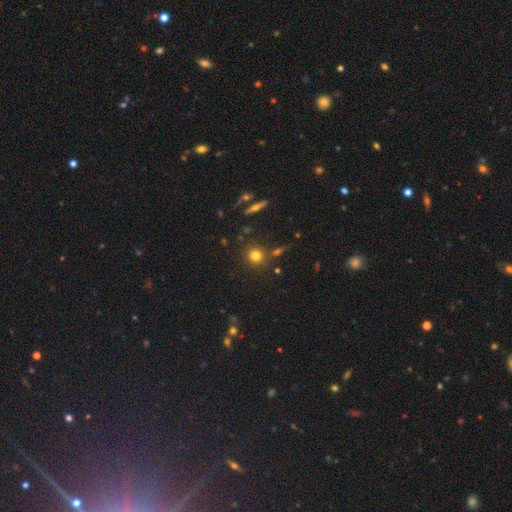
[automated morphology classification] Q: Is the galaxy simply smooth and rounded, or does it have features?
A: smooth — 76%.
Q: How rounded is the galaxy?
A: round — 89%.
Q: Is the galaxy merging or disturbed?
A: none — 81%.